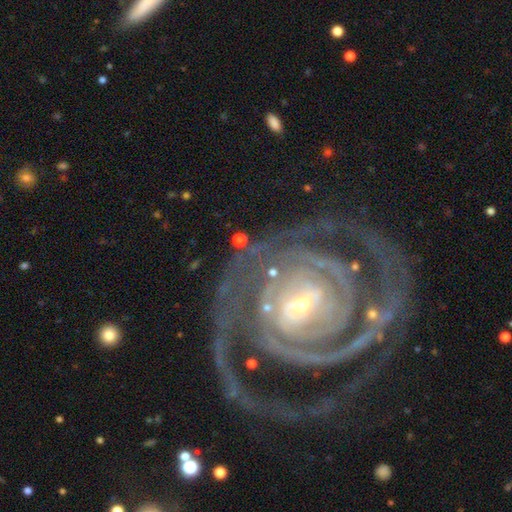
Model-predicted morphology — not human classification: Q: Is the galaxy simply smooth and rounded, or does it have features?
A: featured or disk — 91%.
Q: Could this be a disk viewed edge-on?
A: no — 97%.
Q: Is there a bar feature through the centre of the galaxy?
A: weak — 37%.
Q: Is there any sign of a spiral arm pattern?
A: yes — 97%.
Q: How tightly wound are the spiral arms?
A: tight — 74%.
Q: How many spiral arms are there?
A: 2 — 44%.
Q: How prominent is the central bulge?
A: small — 73%.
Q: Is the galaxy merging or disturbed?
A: none — 68%.